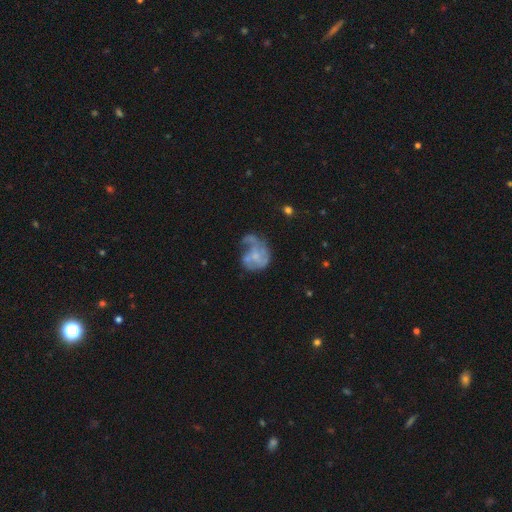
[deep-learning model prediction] Smooth or featured? Predicted: featured or disk (p=0.60). Edge-on disk? Predicted: no (p=0.98). Bar? Predicted: no (p=0.75). Spiral arms? Predicted: yes (p=0.55). Bulge size? Predicted: none (p=0.40). Merging? Predicted: major disturbance (p=0.41).